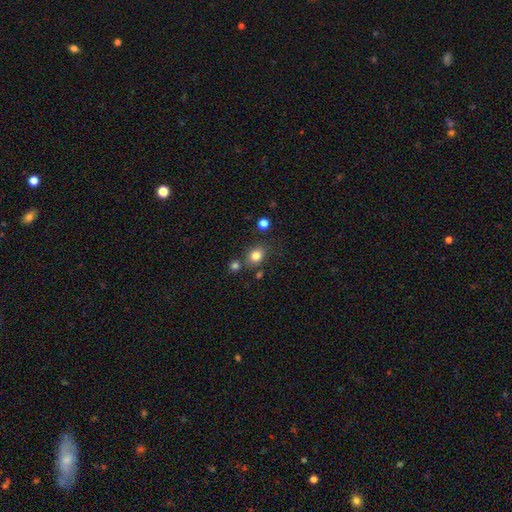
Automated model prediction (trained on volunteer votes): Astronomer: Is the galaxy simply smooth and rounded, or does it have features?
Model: smooth — 81%.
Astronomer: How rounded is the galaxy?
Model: round — 52% (runner-up: in between, 46%).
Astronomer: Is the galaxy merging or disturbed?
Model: none — 72%.